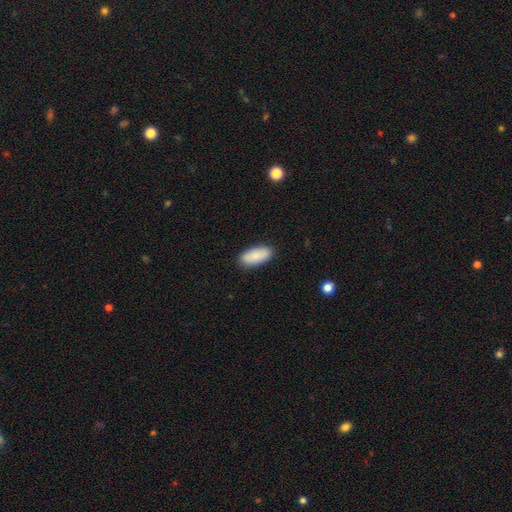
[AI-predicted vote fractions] Morphology: type=smooth (83%); roundness=in between (90%); merging=none (88%).